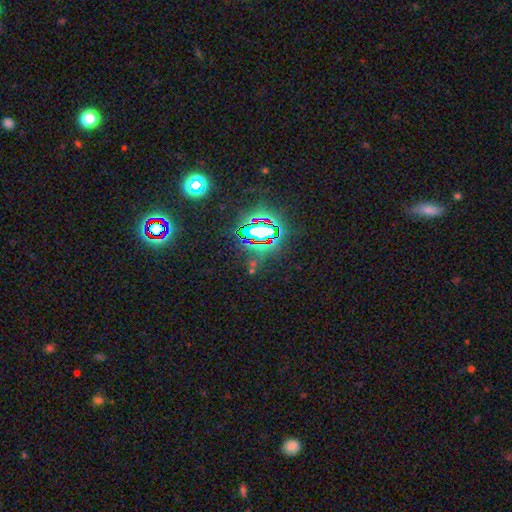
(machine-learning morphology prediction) smooth_or_featured: star or artifact (p=0.83) [alt: smooth p=0.10]